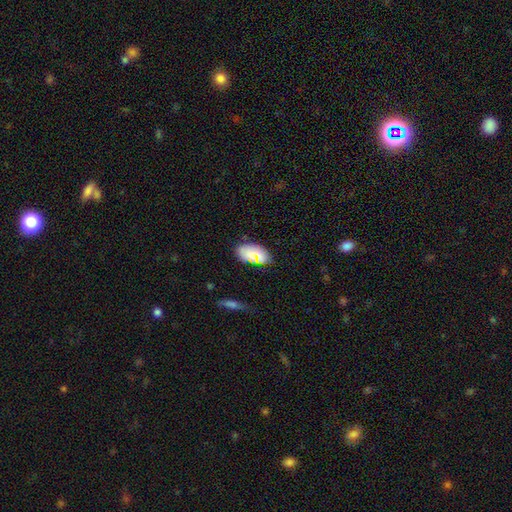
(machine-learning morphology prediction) smooth 75%, star or artifact 13%, featured or disk 11%. Down the decision tree: how rounded — in between (93%); merging — none (78%).